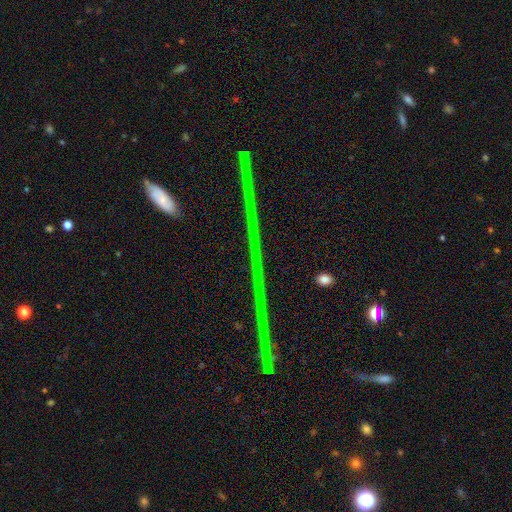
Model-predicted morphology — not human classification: This is likely a star or artifact rather than a galaxy (73%).